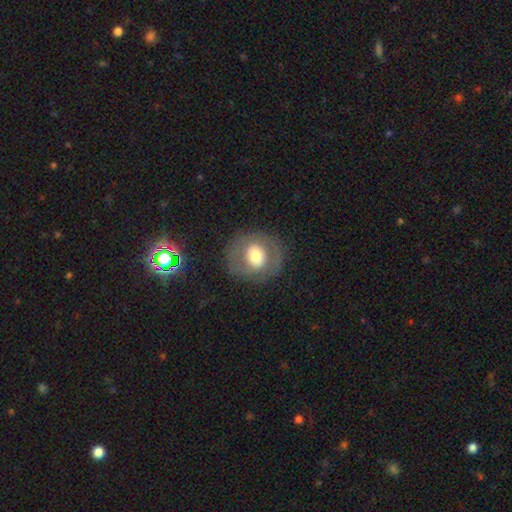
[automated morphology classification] Smooth or featured? Predicted: smooth (p=0.55). How rounded? Predicted: round (p=0.78). Merging? Predicted: none (p=0.79).